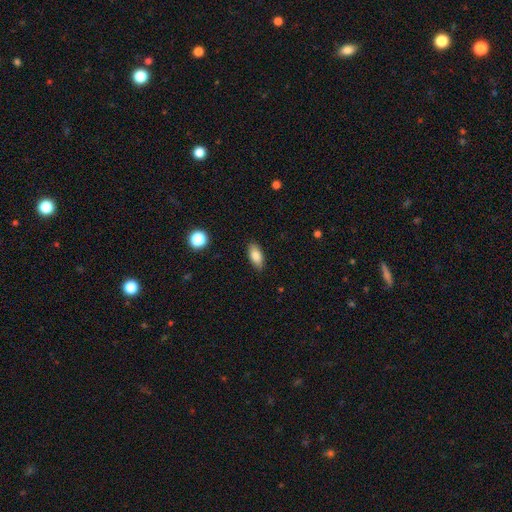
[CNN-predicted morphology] This appears to be a smooth galaxy with no disk features (84%) that is in between round and cigar-shaped (88%). Merging: none (87%).